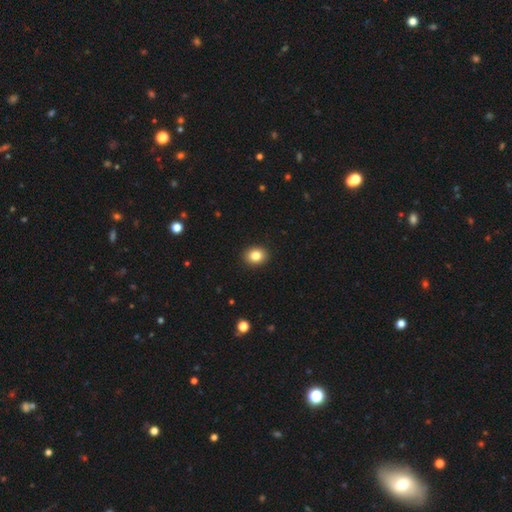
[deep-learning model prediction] Overall: smooth (84%). How rounded: round (52%; in between 47%). Merging: none (91%).